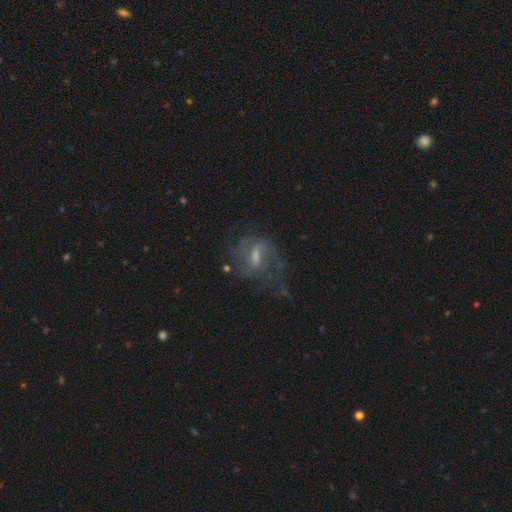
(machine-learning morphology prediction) Q: Smooth or featured?
A: featured or disk (72%); runner-up: smooth (16%)
Q: Edge-on disk?
A: no (94%); runner-up: yes (6%)
Q: Bar?
A: weak (55%); runner-up: strong (24%)
Q: Spiral arms?
A: yes (81%); runner-up: no (19%)
Q: Spiral winding?
A: medium (44%); runner-up: loose (32%)
Q: Spiral arm count?
A: 2 (47%); runner-up: can't tell (30%)
Q: Bulge size?
A: moderate (45%); runner-up: small (35%)
Q: Merging?
A: none (48%); runner-up: major disturbance (29%)